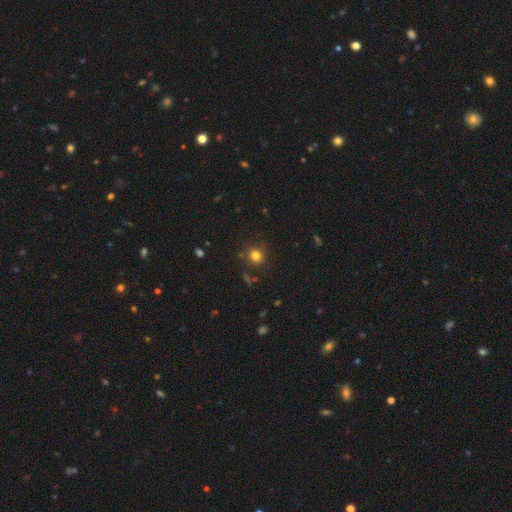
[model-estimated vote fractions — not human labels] smooth_or_featured: smooth (p=0.79) [alt: star or artifact p=0.15]
how_rounded: round (p=0.88) [alt: in between p=0.11]
merging: none (p=0.85) [alt: minor disturbance p=0.09]